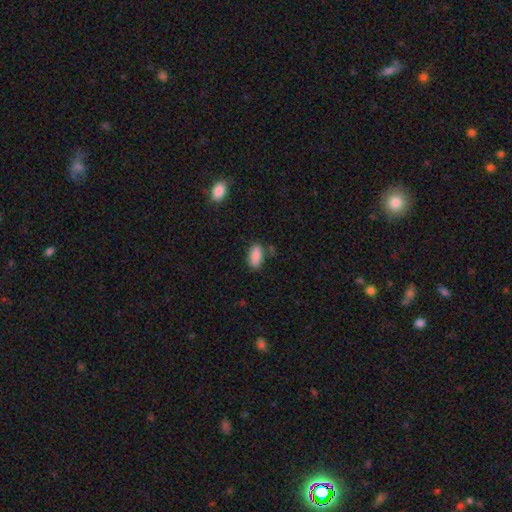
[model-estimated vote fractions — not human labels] A smooth galaxy with no disk features (88%) that is in between round and cigar-shaped (87%).

Vote fractions:
- Smooth or featured? smooth: 88% / star or artifact: 8% / featured or disk: 4%
- How rounded? in between: 87% / cigar-shaped: 10% / round: 3%
- Merging? none: 75% / minor disturbance: 17% / merger: 4% / major disturbance: 4%